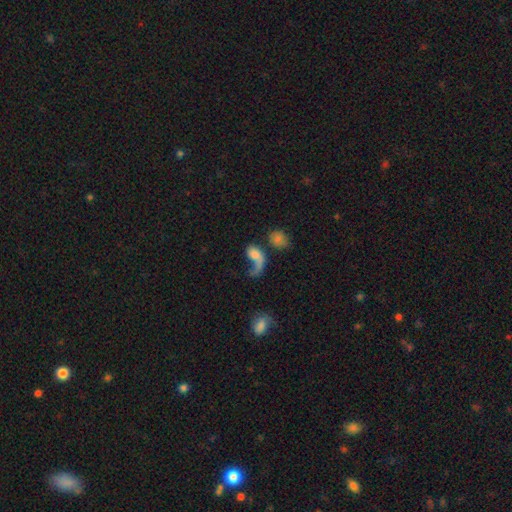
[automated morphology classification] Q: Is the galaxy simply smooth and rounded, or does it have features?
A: smooth — 50%.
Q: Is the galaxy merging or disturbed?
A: major disturbance — 48%.